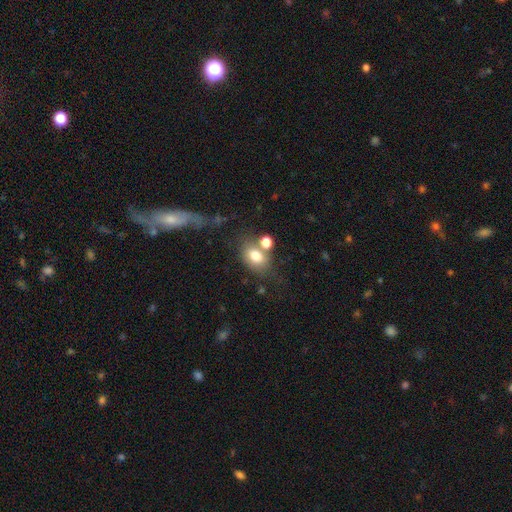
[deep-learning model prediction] Overall: smooth (75%). How rounded: in between (71%). Merging: none (55%; merger 21%).